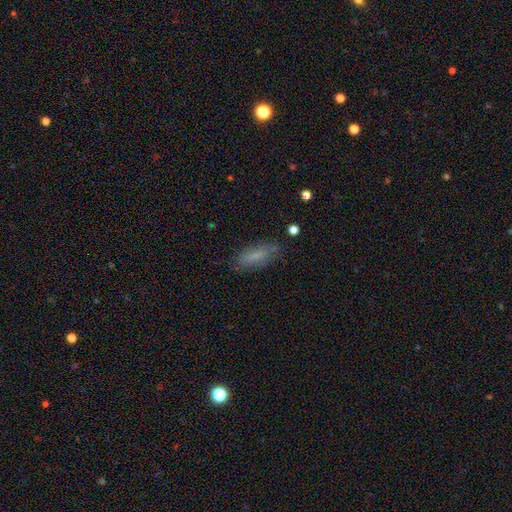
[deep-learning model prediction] Smooth or featured: smooth — 70% (featured or disk — 20%)
How rounded: in between — 53% (cigar-shaped — 45%)
Merging: none — 75% (minor disturbance — 18%)